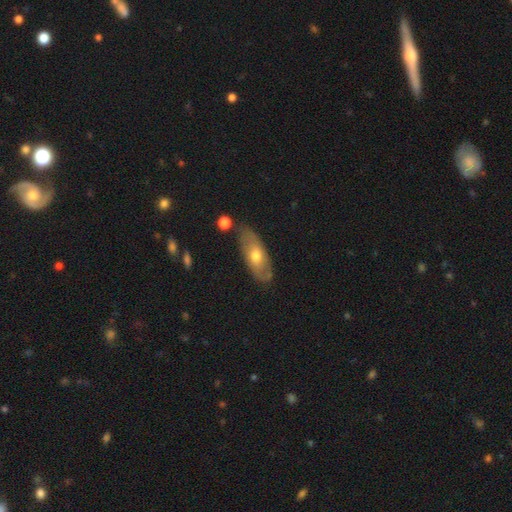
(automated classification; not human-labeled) Smooth or featured: smooth — 53% (featured or disk — 40%)
How rounded: in between — 79% (cigar-shaped — 18%)
Merging: none — 75% (minor disturbance — 17%)